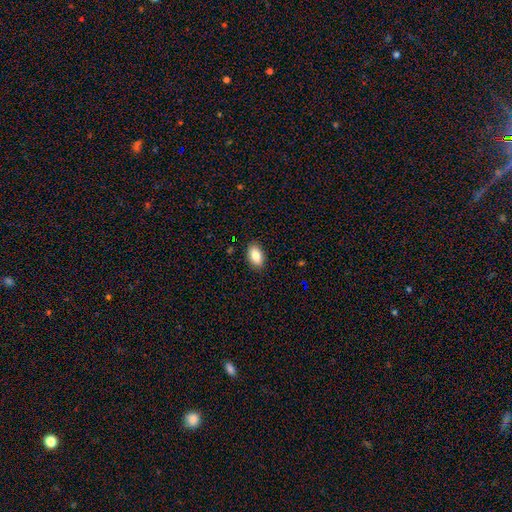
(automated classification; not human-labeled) Smooth or featured? smooth (85%)
How rounded? in between (92%)
Merging? none (88%)